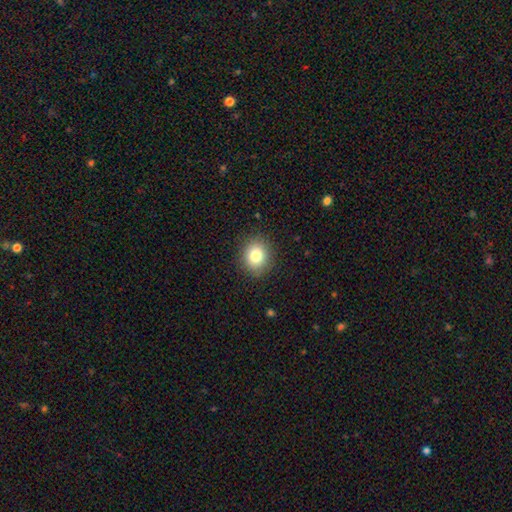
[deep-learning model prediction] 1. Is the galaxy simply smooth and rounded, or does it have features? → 81% smooth, 11% star or artifact, 8% featured or disk.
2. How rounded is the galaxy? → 75% round, 25% in between, 1% cigar-shaped.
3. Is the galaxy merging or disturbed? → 89% none, 7% minor disturbance, 3% major disturbance, 1% merger.